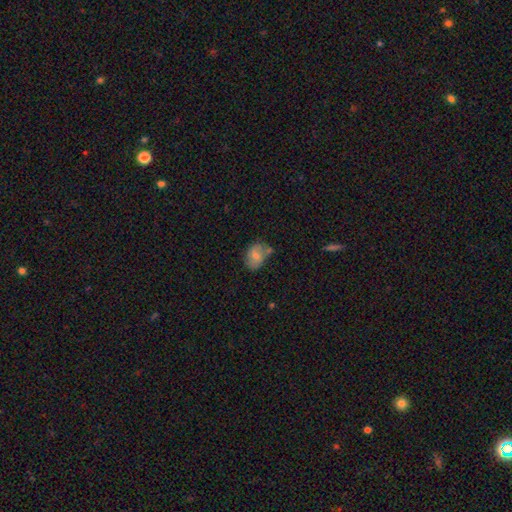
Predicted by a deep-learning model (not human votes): This appears to be a smooth galaxy with no disk features (70%) that is in between round and cigar-shaped (70%). Merging: none (53%).